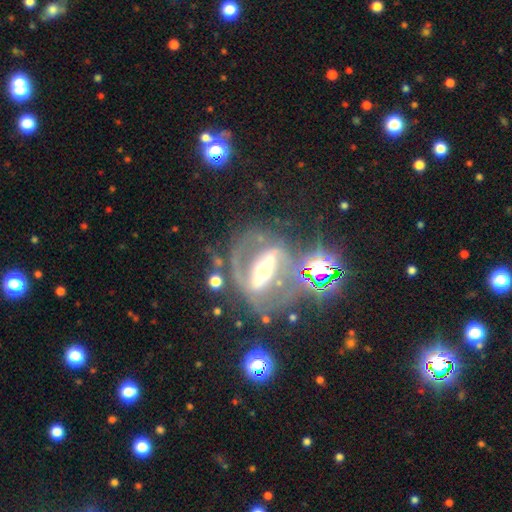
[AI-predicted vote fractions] Smooth or featured?
  - featured or disk: 67% *
  - star or artifact: 20%
  - smooth: 13%
Edge-on disk?
  - no: 62% *
  - yes: 38%
Merging?
  - none: 60% *
  - minor disturbance: 15%
  - major disturbance: 13%
  - merger: 11%